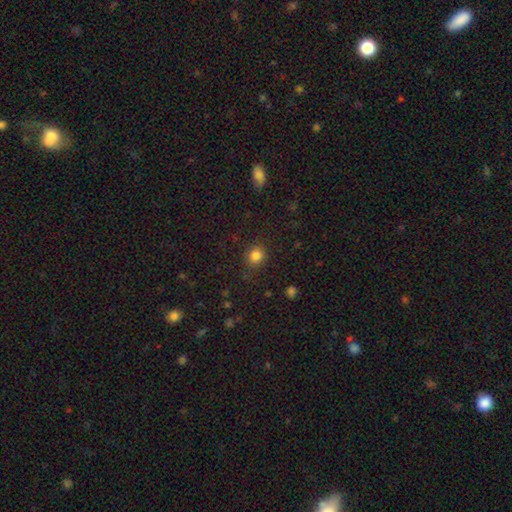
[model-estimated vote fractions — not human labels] The model was most divided on "how rounded": round: 78%, in between: 21%, cigar-shaped: 1%. More confident: merging — none (84%); smooth or featured — smooth (83%).